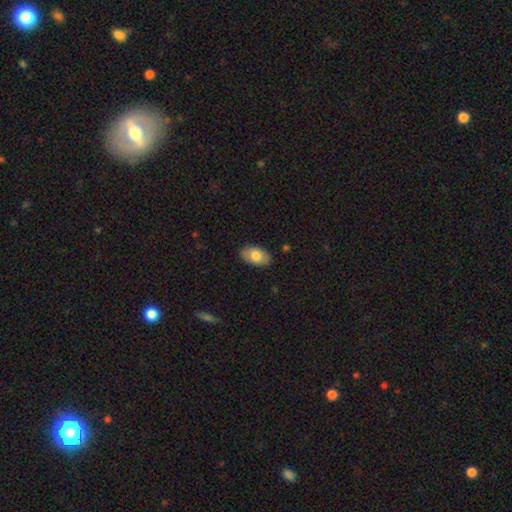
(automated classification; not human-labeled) smooth_or_featured: smooth (p=0.78) [alt: featured or disk p=0.16]
how_rounded: in between (p=0.94) [alt: round p=0.05]
merging: none (p=0.87) [alt: minor disturbance p=0.10]